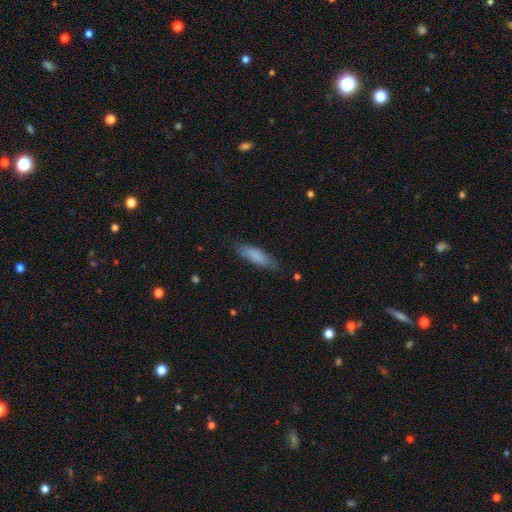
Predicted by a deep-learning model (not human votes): Overall: smooth (81%). How rounded: cigar-shaped (67%; in between 31%). Merging: none (81%).